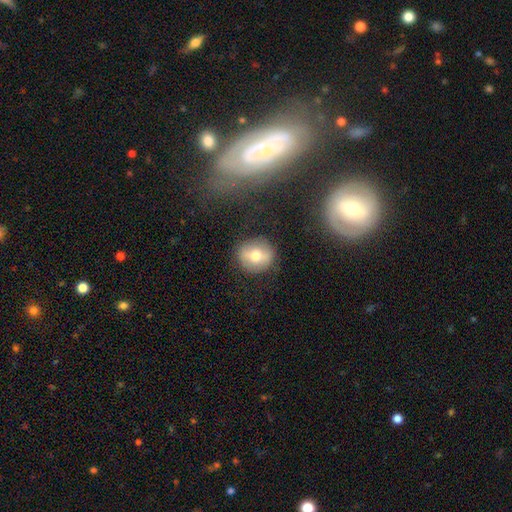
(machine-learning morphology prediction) Smooth or featured: smooth — 59% (featured or disk — 32%)
How rounded: round — 85% (in between — 14%)
Merging: none — 86% (minor disturbance — 10%)